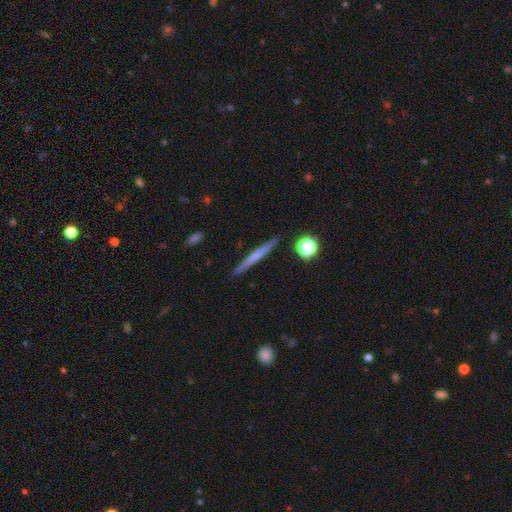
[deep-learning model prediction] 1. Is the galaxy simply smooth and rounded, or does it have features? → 48% smooth, 45% featured or disk, 7% star or artifact.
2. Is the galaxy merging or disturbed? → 91% none, 6% minor disturbance, 1% merger, 1% major disturbance.